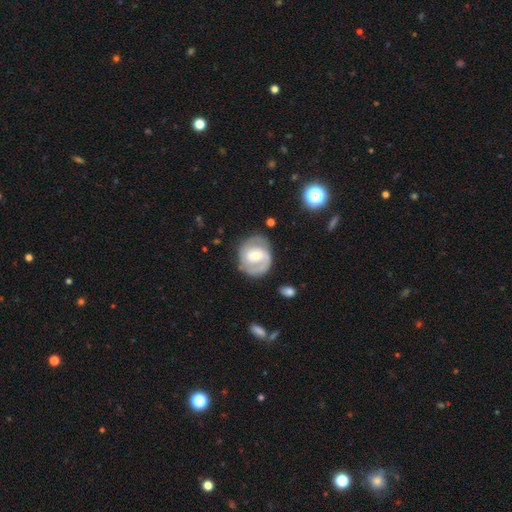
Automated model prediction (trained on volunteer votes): This is likely a featured or disk galaxy (74%). It is clearly not viewed edge-on (97%). Bar: marginally weak (43%). Spiral arm pattern: clearly yes (85%). Spiral arm count: likely 2 (76%). Spiral winding: possibly tight (46%). Central bulge: possibly moderate (54%). Merging: likely none (75%).